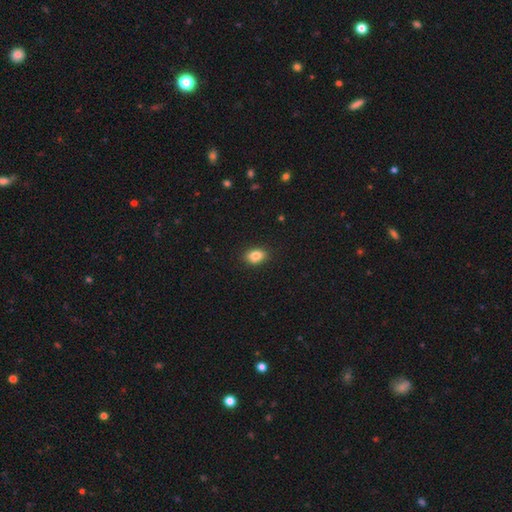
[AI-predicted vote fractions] smooth 84%, star or artifact 9%, featured or disk 7%. Down the decision tree: how rounded — in between (81%); merging — none (87%).